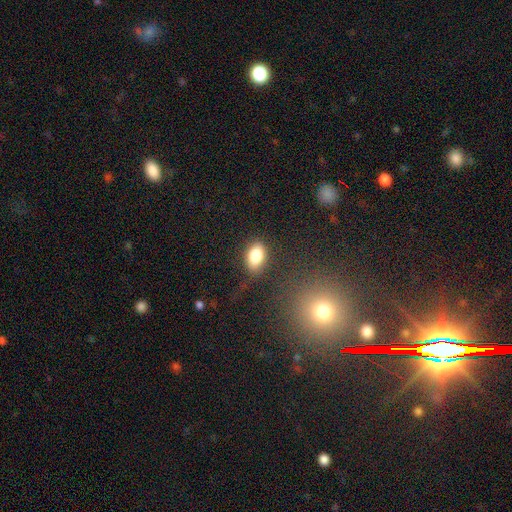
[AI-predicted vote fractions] Smooth or featured? smooth (83%)
How rounded? in between (87%)
Merging? none (79%)